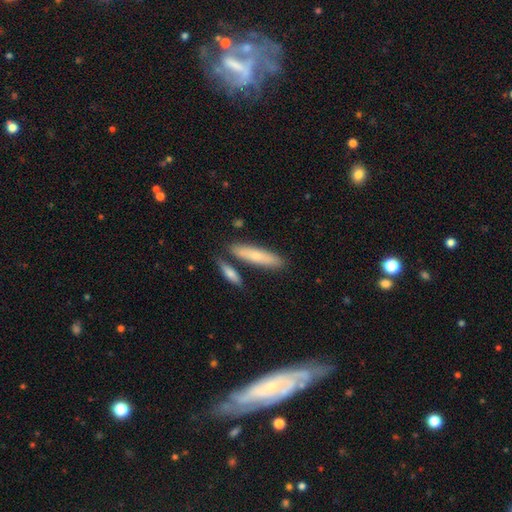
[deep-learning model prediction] The model was most divided on "smooth or featured": smooth: 70%, featured or disk: 25%, star or artifact: 6%. More confident: how rounded — cigar-shaped (77%); merging — none (76%).